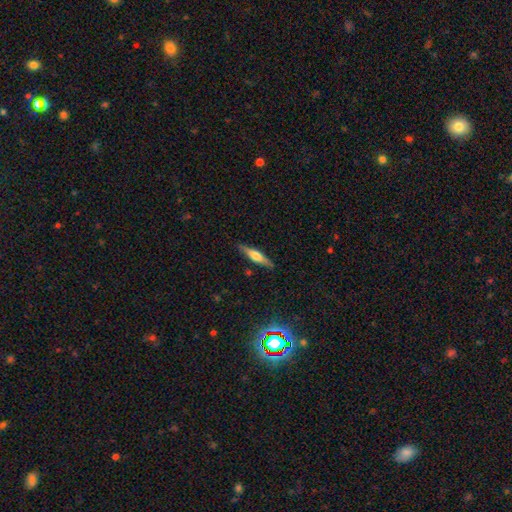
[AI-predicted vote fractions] A featured or disk galaxy (53%) viewed edge-on (94%) with a rounded central bulge (81%).

Vote fractions:
- Smooth or featured? featured or disk: 53% / smooth: 40% / star or artifact: 7%
- Edge-on disk? yes: 94% / no: 6%
- Edge-on bulge? rounded: 81% / boxy: 12% / none: 6%
- Merging? none: 87% / minor disturbance: 10% / major disturbance: 2% / merger: 1%